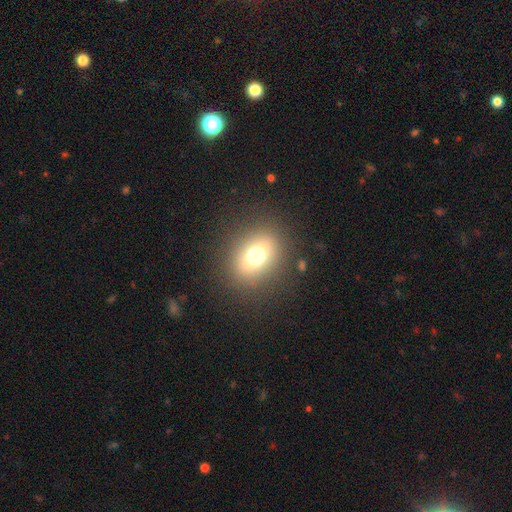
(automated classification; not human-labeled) smooth-or-featured: smooth: 69% | star or artifact: 16% | featured or disk: 15%
  how-rounded: round: 50% | in between: 49% | cigar-shaped: 1%
  merging: none: 86% | minor disturbance: 8% | major disturbance: 5% | merger: 1%